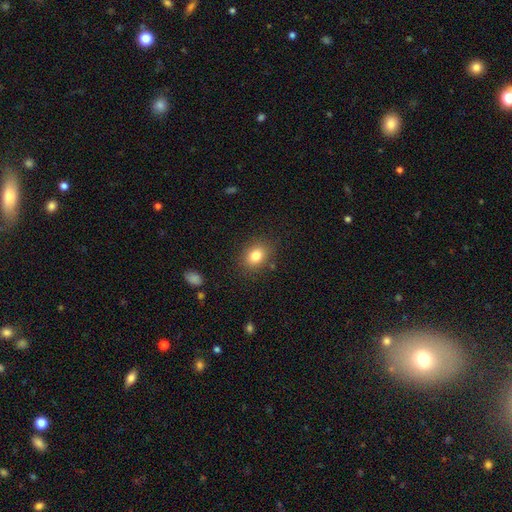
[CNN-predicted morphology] A smooth galaxy with no disk features (82%) that is in between round and cigar-shaped (59%).

Vote fractions:
- Smooth or featured? smooth: 82% / star or artifact: 10% / featured or disk: 8%
- How rounded? in between: 59% / round: 40% / cigar-shaped: 1%
- Merging? none: 84% / minor disturbance: 11% / major disturbance: 3% / merger: 2%